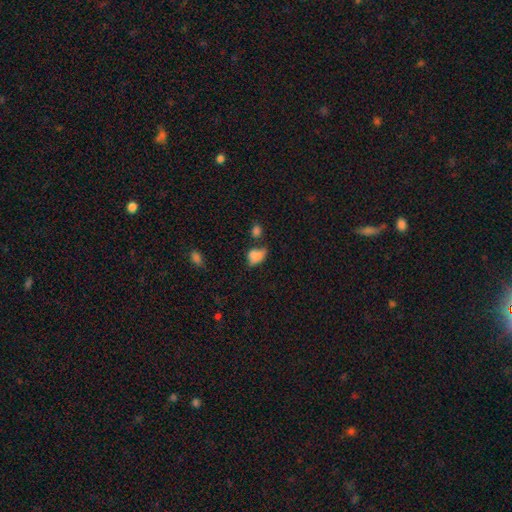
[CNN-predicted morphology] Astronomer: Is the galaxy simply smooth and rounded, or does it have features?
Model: smooth — 72%.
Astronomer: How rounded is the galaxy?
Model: in between — 81%.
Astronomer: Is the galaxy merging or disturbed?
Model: none — 33% (runner-up: merger, 30%).